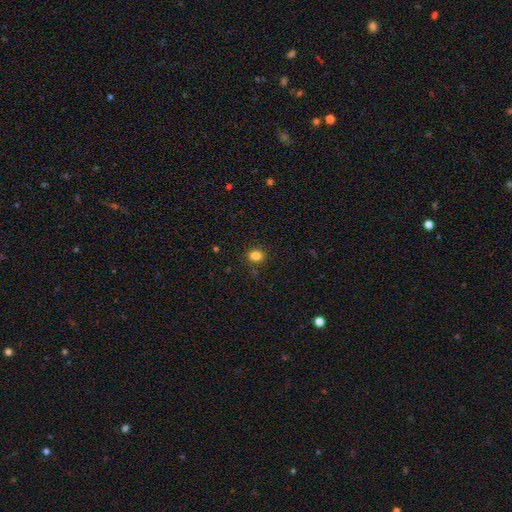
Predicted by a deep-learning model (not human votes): Smooth or featured? smooth (83%)
How rounded? round (62%)
Merging? none (87%)